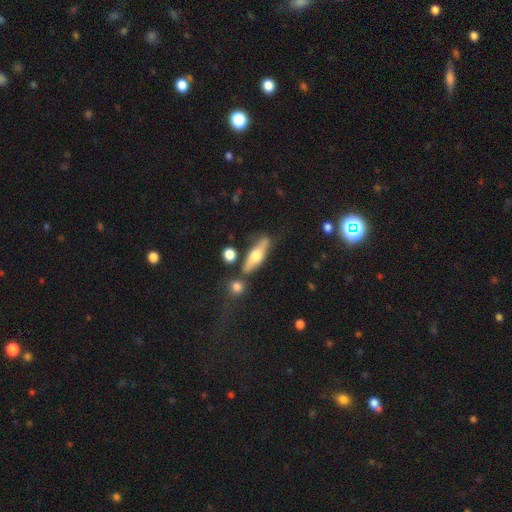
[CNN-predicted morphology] Overall: smooth (48%; featured or disk 45%). Merging: none (70%).